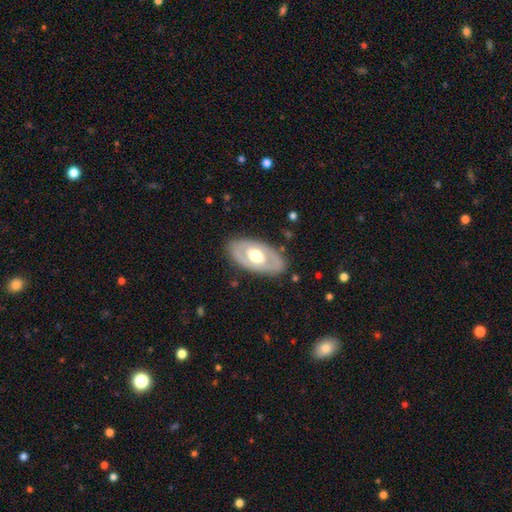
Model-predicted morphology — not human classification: A featured or disk galaxy (58%) with no bar (79%), no spiral arms (83%) and a moderate central bulge (56%).

Vote fractions:
- Smooth or featured? featured or disk: 58% / smooth: 37% / star or artifact: 5%
- Edge-on disk? no: 87% / yes: 13%
- Bar? no: 79% / weak: 16% / strong: 6%
- Spiral arms? no: 83% / yes: 17%
- Bulge size? moderate: 56% / large: 37% / small: 4% / dominant: 2% / none: 1%
- Merging? none: 82% / minor disturbance: 13% / major disturbance: 4% / merger: 1%